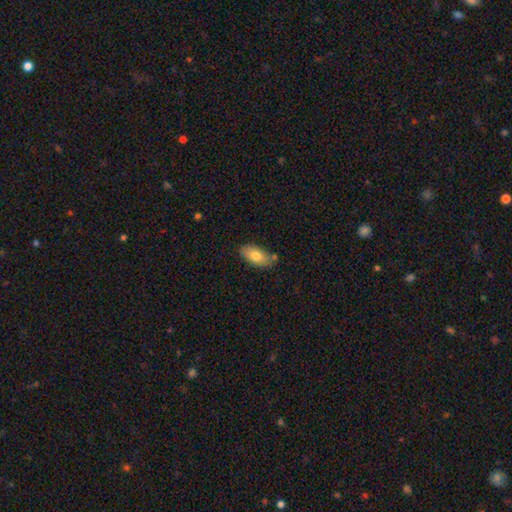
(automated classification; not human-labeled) A smooth galaxy with no disk features (77%) that is in between round and cigar-shaped (92%).

Vote fractions:
- Smooth or featured? smooth: 77% / featured or disk: 17% / star or artifact: 7%
- How rounded? in between: 92% / cigar-shaped: 5% / round: 4%
- Merging? none: 73% / minor disturbance: 16% / merger: 7% / major disturbance: 3%